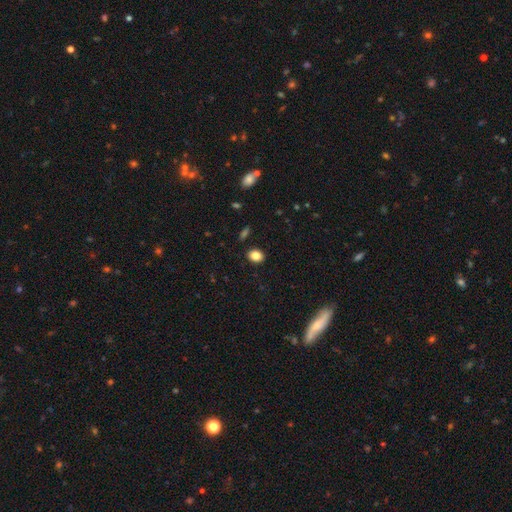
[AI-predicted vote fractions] A smooth galaxy with no disk features (85%) that is in between round and cigar-shaped (63%).

Vote fractions:
- Smooth or featured? smooth: 85% / star or artifact: 9% / featured or disk: 5%
- How rounded? in between: 63% / round: 36% / cigar-shaped: 1%
- Merging? none: 89% / minor disturbance: 8% / major disturbance: 2% / merger: 2%